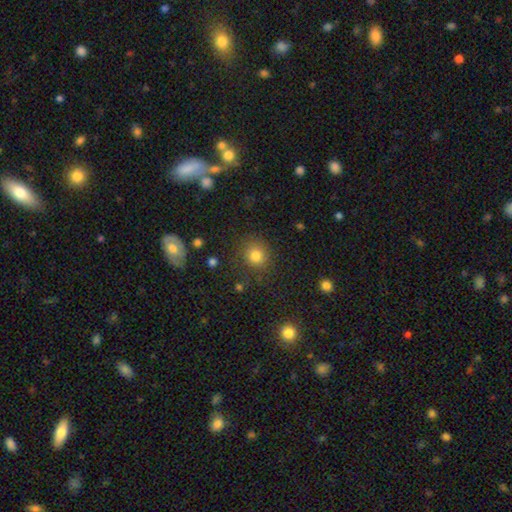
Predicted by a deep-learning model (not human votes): Smooth or featured? Predicted: smooth (p=0.79). How rounded? Predicted: round (p=0.86). Merging? Predicted: none (p=0.83).